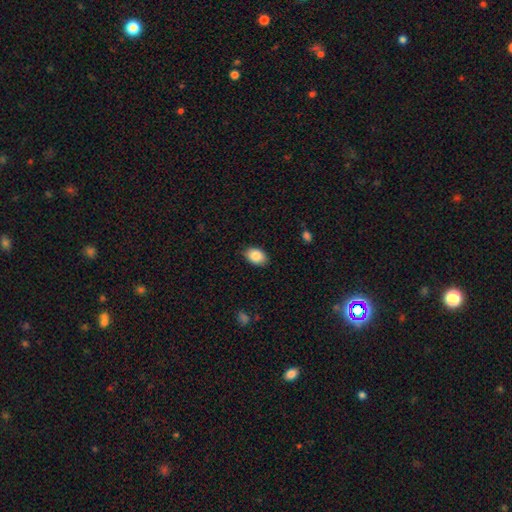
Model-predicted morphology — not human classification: Overall: smooth (86%). How rounded: in between (86%). Merging: none (85%).